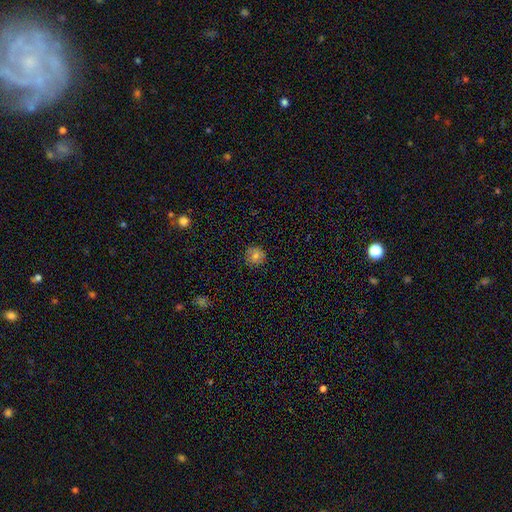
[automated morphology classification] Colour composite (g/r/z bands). It shows a smooth galaxy with no disk features (75%) that is round (92%). Merging: none (87%).